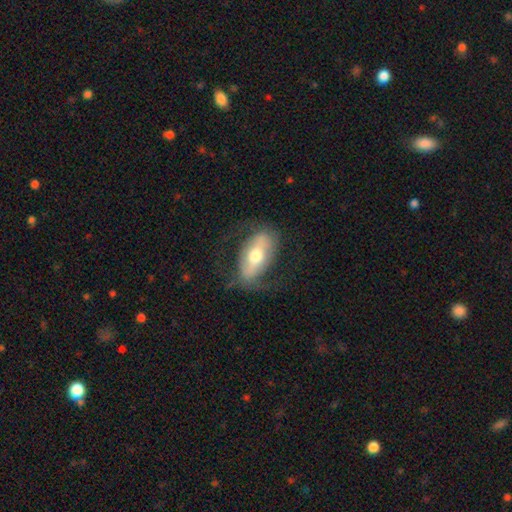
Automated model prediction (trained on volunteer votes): This is possibly a featured or disk galaxy (55%). It is likely not viewed edge-on (78%). Merging: likely none (70%).